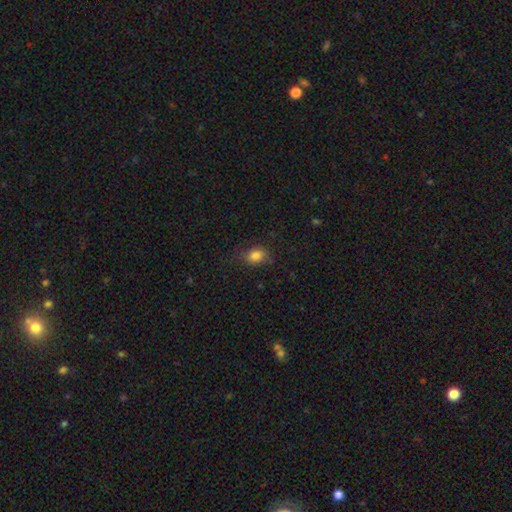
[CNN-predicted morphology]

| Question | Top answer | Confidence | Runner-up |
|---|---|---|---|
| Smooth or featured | smooth | 83% | star or artifact (11%) |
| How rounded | in between | 67% | round (32%) |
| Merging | none | 73% | minor disturbance (20%) |